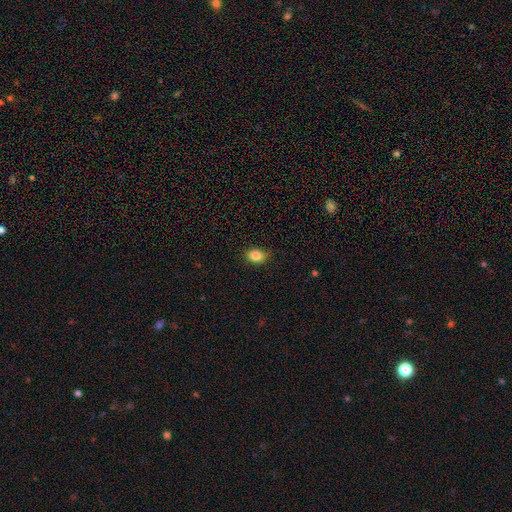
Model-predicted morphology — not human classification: Q: Smooth or featured?
A: smooth (85%); runner-up: star or artifact (10%)
Q: How rounded?
A: in between (66%); runner-up: round (33%)
Q: Merging?
A: none (80%); runner-up: minor disturbance (16%)